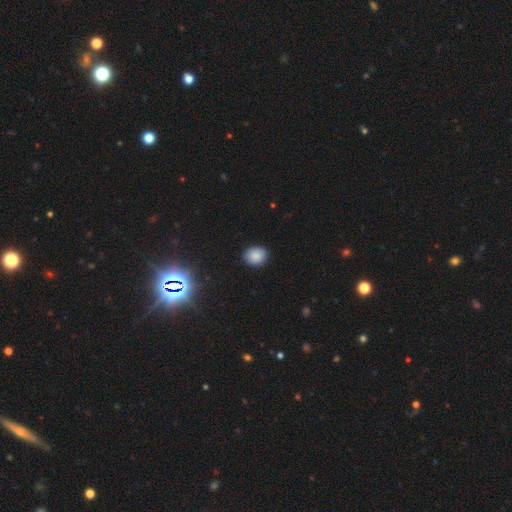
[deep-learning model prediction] Morphology: type=smooth (83%); roundness=round (61%); merging=none (88%).